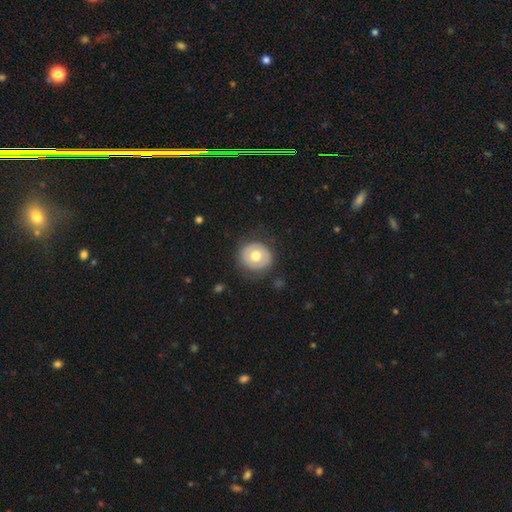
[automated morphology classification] Smooth or featured? Predicted: smooth (p=0.60). How rounded? Predicted: round (p=0.88). Merging? Predicted: none (p=0.79).